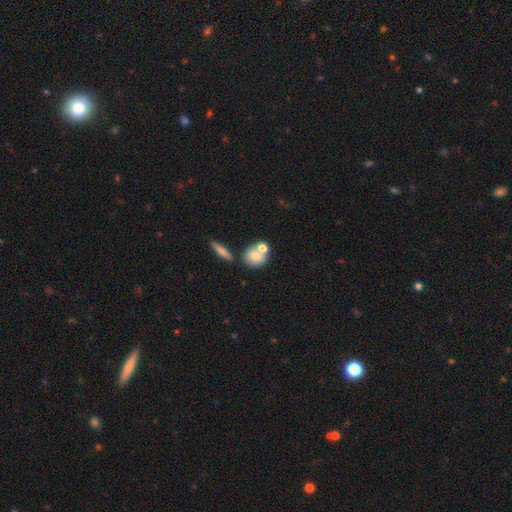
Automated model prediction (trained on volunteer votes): Morphology: type=smooth (73%); roundness=round (63%); merging=none (45%).